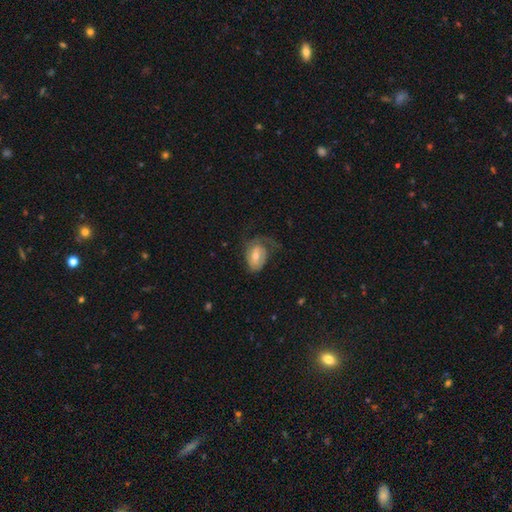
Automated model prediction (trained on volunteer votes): Smooth or featured: featured or disk — 57% (smooth — 37%)
Edge-on disk: no — 96% (yes — 4%)
Bar: weak — 44% (no — 42%)
Spiral arms: yes — 80% (no — 20%)
Bulge size: moderate — 57% (small — 30%)
Merging: none — 39% (major disturbance — 36%)